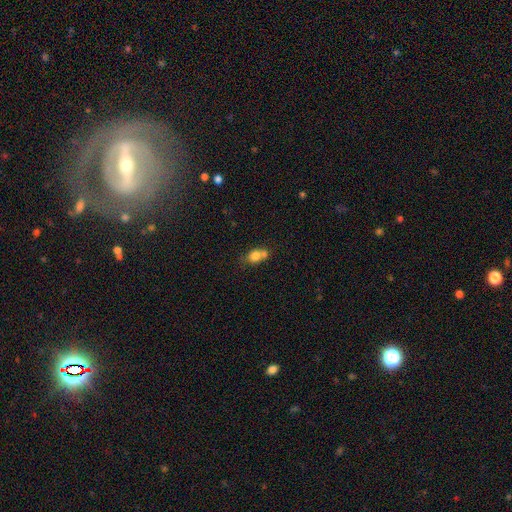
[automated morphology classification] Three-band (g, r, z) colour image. It shows a smooth galaxy with no disk features (75%) that is in between round and cigar-shaped (51%). Merging: merger (46%).